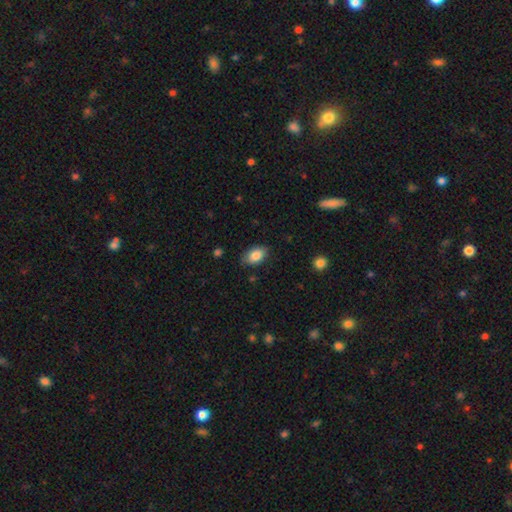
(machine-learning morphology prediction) Overall: smooth (85%). How rounded: in between (90%). Merging: none (79%).